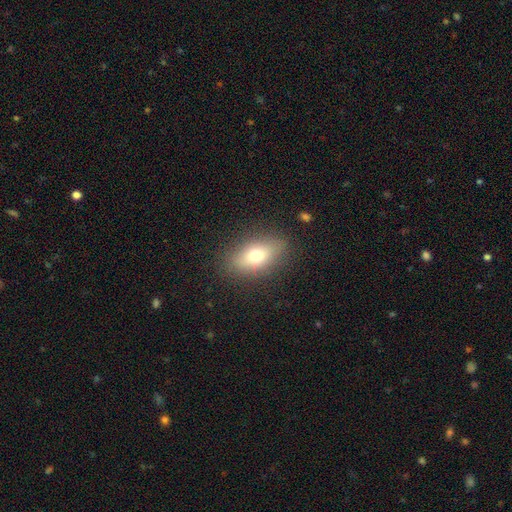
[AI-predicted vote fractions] The model was most divided on "smooth or featured": smooth: 69%, featured or disk: 21%, star or artifact: 10%. More confident: merging — none (85%); how rounded — in between (82%).